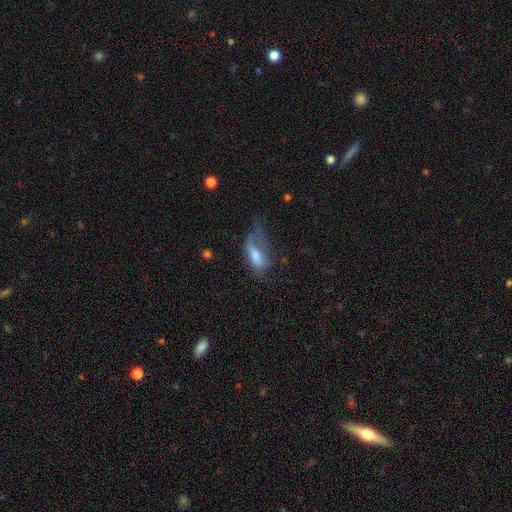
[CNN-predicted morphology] Smooth or featured? Predicted: smooth (p=0.63). How rounded? Predicted: in between (p=0.77). Merging? Predicted: major disturbance (p=0.46).